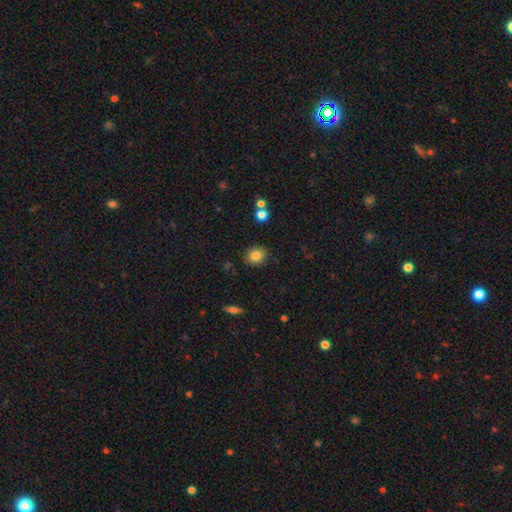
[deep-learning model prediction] Morphology: type=smooth (82%); roundness=round (69%); merging=none (88%).